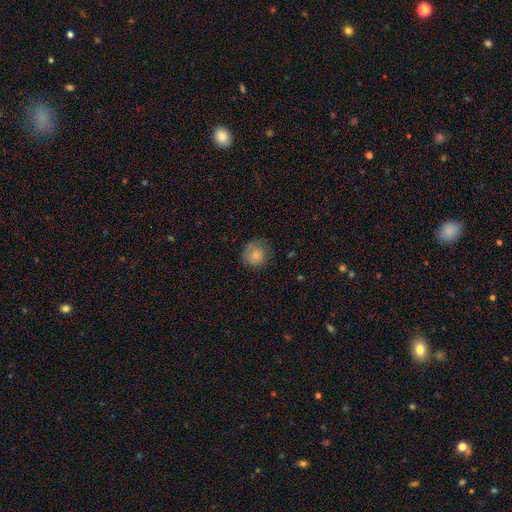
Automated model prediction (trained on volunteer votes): Smooth or featured: smooth — 75% (featured or disk — 16%)
How rounded: round — 89% (in between — 10%)
Merging: none — 73% (minor disturbance — 20%)